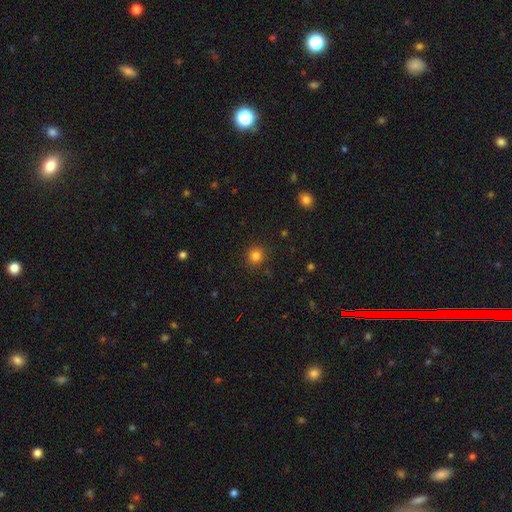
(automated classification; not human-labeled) The model was most divided on "smooth or featured": smooth: 82%, star or artifact: 14%, featured or disk: 5%. More confident: how rounded — round (92%); merging — none (90%).